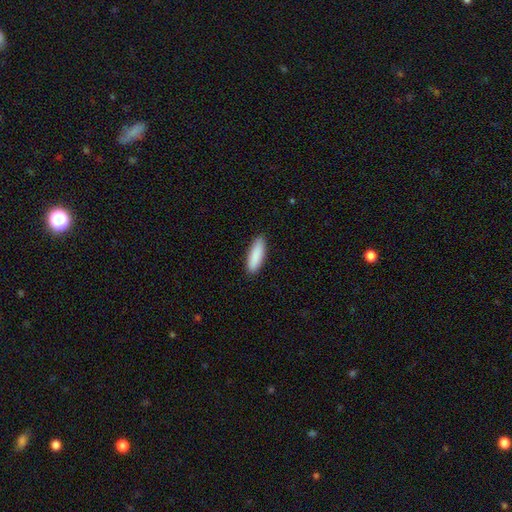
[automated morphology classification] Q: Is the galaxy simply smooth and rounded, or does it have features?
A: smooth — 89%.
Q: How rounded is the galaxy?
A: cigar-shaped — 55%.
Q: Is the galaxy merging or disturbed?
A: none — 89%.